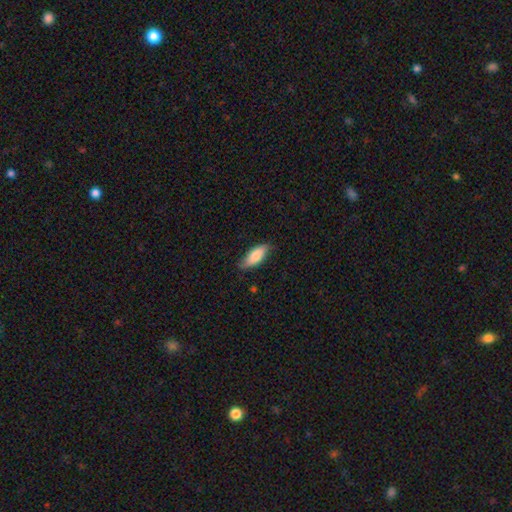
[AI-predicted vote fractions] Q: Smooth or featured?
A: smooth (78%); runner-up: featured or disk (16%)
Q: How rounded?
A: in between (77%); runner-up: cigar-shaped (21%)
Q: Merging?
A: none (75%); runner-up: minor disturbance (20%)